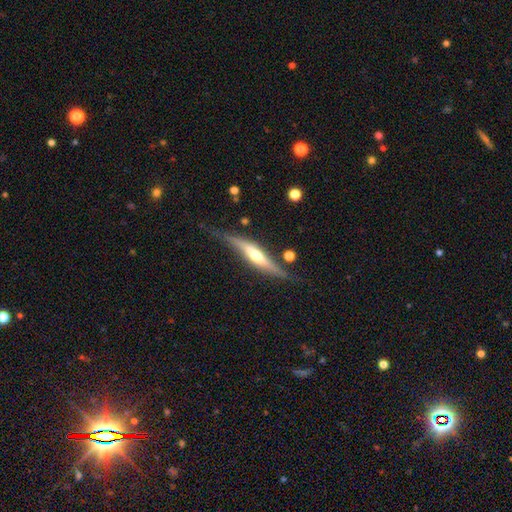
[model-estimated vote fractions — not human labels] Smooth or featured? Predicted: featured or disk (p=0.71). Edge-on disk? Predicted: yes (p=0.91). Edge-on bulge? Predicted: rounded (p=0.81). Merging? Predicted: none (p=0.70).